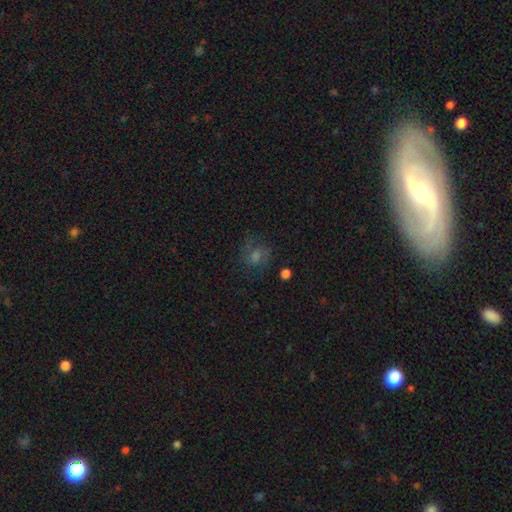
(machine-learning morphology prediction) This is marginally a featured or disk galaxy (40%). Merging: likely none (70%).